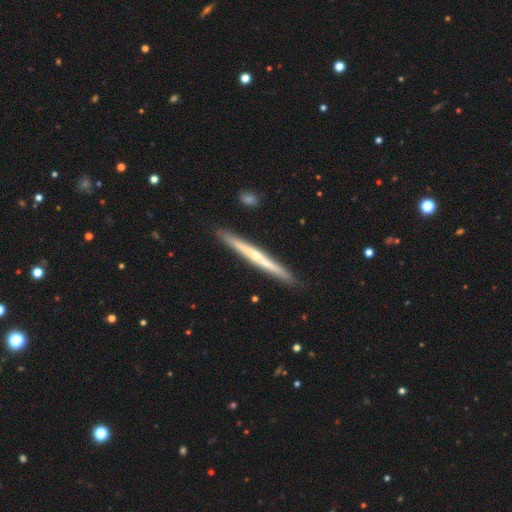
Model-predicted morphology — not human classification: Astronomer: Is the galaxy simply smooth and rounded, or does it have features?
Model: featured or disk — 71%.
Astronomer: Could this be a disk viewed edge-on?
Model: yes — 97%.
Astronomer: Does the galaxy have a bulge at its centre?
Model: rounded — 68%.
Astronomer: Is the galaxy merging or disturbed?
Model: none — 91%.